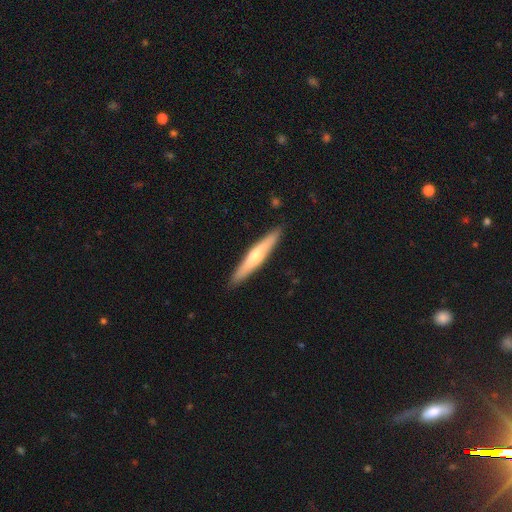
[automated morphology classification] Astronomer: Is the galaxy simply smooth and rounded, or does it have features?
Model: featured or disk — 48% (runner-up: smooth, 47%).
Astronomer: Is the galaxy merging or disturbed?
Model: none — 90%.